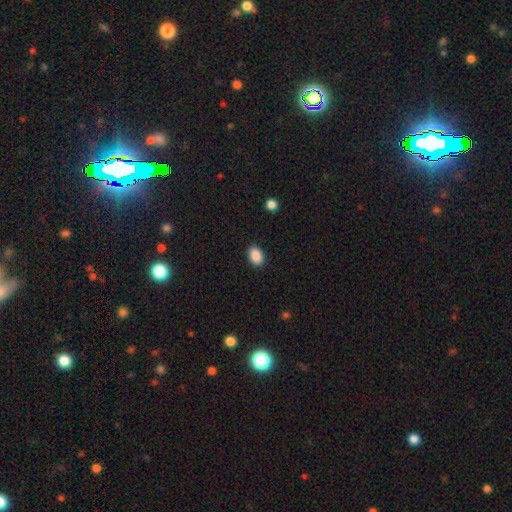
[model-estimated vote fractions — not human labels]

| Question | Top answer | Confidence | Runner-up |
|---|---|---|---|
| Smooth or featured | smooth | 90% | star or artifact (8%) |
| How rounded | in between | 83% | round (16%) |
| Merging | none | 90% | minor disturbance (7%) |